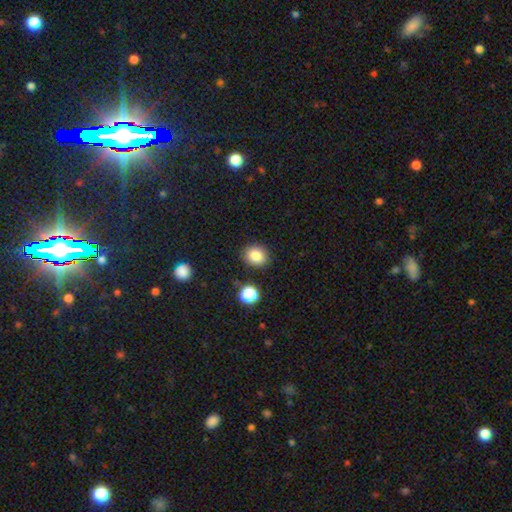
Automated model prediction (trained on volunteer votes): This is clearly a smooth galaxy (83%). How rounded: likely round (69%). Merging: clearly none (87%).